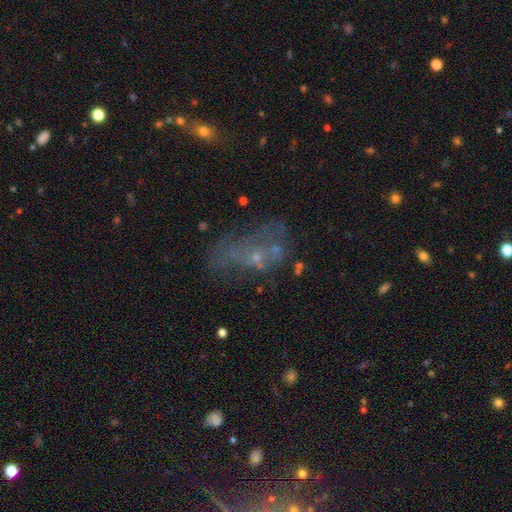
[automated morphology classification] featured or disk 41%, smooth 32%, star or artifact 26%. Down the decision tree: merging — none (35%).